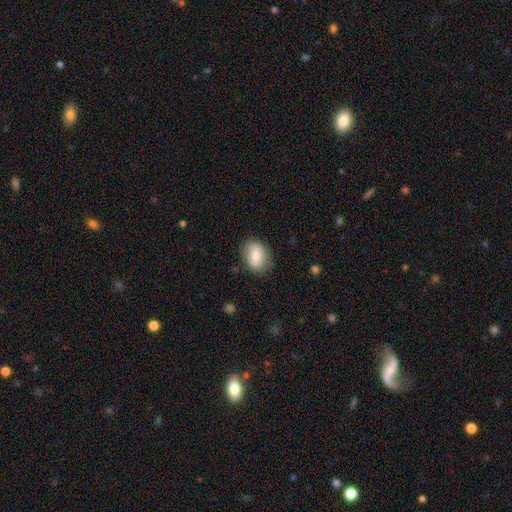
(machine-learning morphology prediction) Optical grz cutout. It shows a smooth galaxy with no disk features (74%) that is in between round and cigar-shaped (73%). Merging: none (81%).